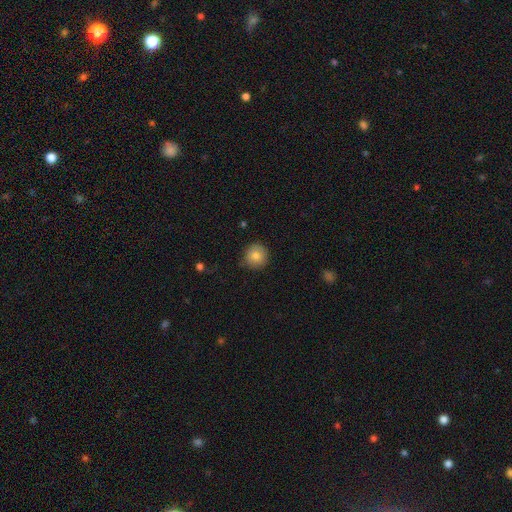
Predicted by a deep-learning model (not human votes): smooth 82%, featured or disk 10%, star or artifact 9%. Down the decision tree: how rounded — round (93%); merging — none (81%).